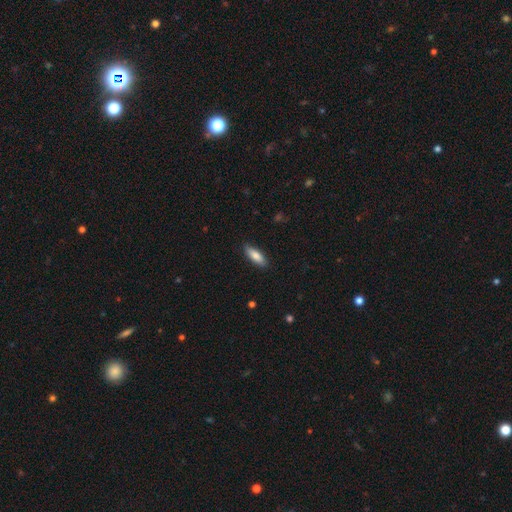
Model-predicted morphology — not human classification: This appears to be a smooth galaxy with no disk features (83%) that is in between round and cigar-shaped (59%). Merging: none (87%).